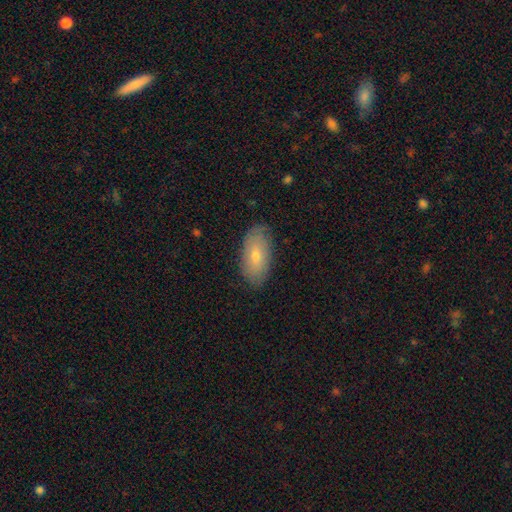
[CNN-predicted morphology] The model was most divided on "smooth or featured": smooth: 64%, featured or disk: 28%, star or artifact: 7%. More confident: how rounded — in between (91%); merging — none (83%).